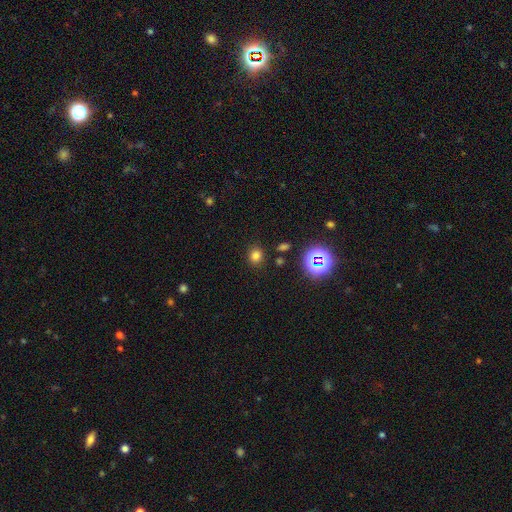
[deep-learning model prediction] This appears to be a smooth galaxy with no disk features (74%) that is round (78%). Merging: none (86%).